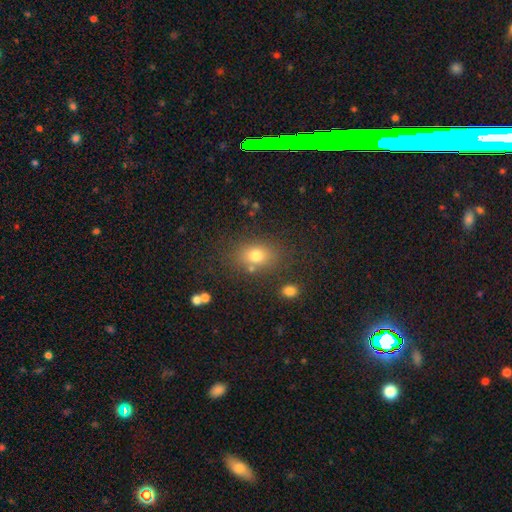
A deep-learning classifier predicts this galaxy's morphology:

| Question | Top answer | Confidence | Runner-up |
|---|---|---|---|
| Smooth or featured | smooth | 75% | star or artifact (14%) |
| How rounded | in between | 63% | round (35%) |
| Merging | none | 76% | minor disturbance (12%) |